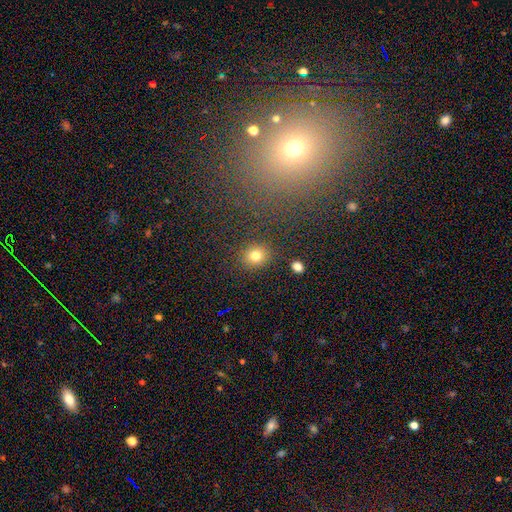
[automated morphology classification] Smooth or featured? Predicted: smooth (p=0.78). How rounded? Predicted: round (p=0.78). Merging? Predicted: none (p=0.86).